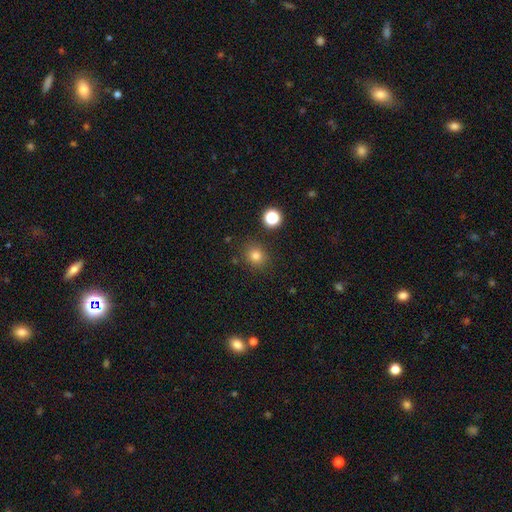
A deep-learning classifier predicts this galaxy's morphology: smooth_or_featured: smooth (p=0.80) [alt: star or artifact p=0.14]
how_rounded: round (p=0.81) [alt: in between p=0.18]
merging: none (p=0.85) [alt: minor disturbance p=0.09]